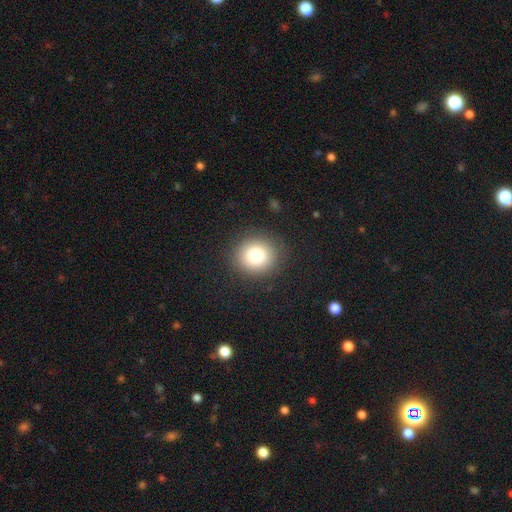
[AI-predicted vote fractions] smooth 82%, star or artifact 10%, featured or disk 8%. Down the decision tree: how rounded — round (87%); merging — none (88%).